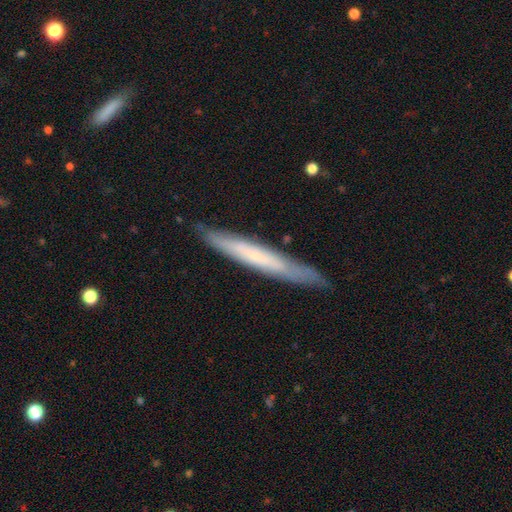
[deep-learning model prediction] This appears to be a smooth galaxy with no disk features (48%). Merging: none (85%).